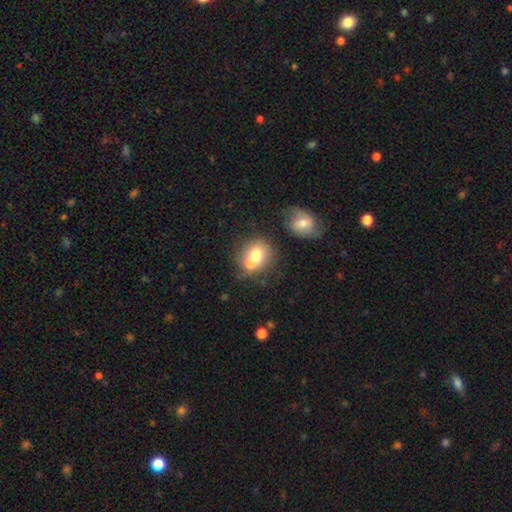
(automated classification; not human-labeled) Smooth or featured: smooth — 69% (featured or disk — 22%)
How rounded: round — 70% (in between — 29%)
Merging: merger — 57% (none — 31%)